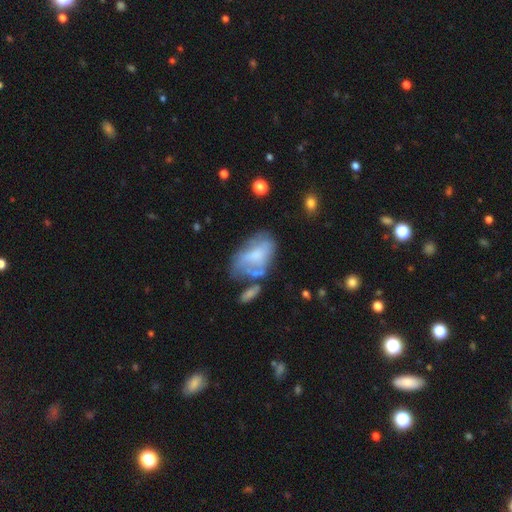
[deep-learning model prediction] The model was most divided on "smooth or featured": smooth: 46%, featured or disk: 45%, star or artifact: 9%. Remaining: merging — none (30%).